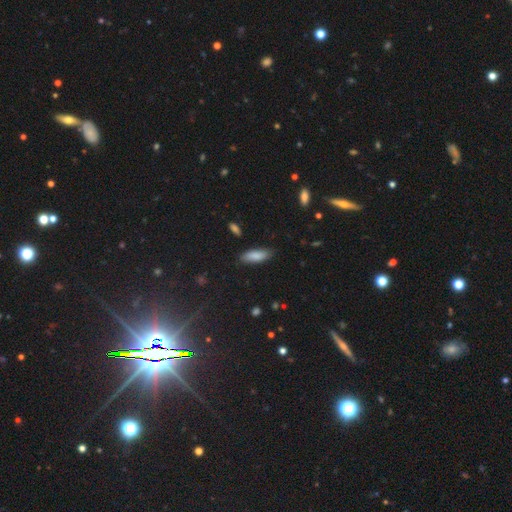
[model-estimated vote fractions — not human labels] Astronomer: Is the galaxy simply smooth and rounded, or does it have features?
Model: smooth — 86%.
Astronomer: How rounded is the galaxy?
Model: in between — 63%.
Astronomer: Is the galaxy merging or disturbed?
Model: none — 83%.